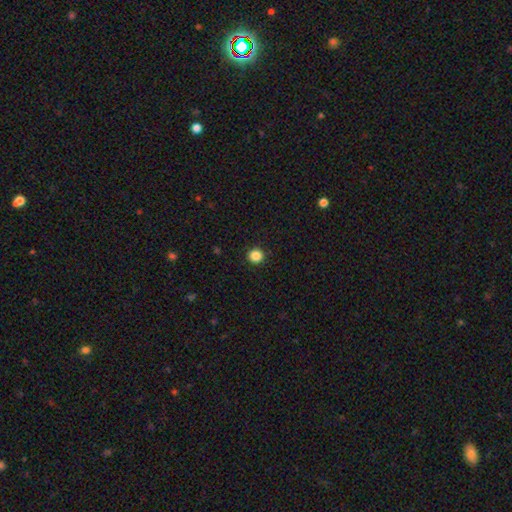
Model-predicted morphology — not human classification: Smooth or featured? smooth (86%)
How rounded? round (94%)
Merging? none (93%)